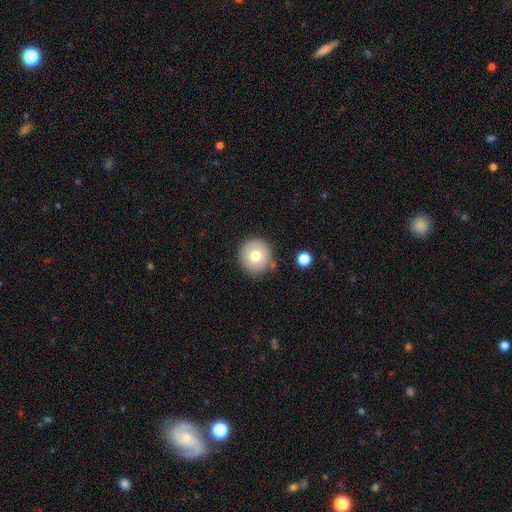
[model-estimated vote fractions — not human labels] smooth_or_featured: smooth (p=0.74) [alt: featured or disk p=0.16]
how_rounded: round (p=0.94) [alt: in between p=0.05]
merging: none (p=0.84) [alt: minor disturbance p=0.09]